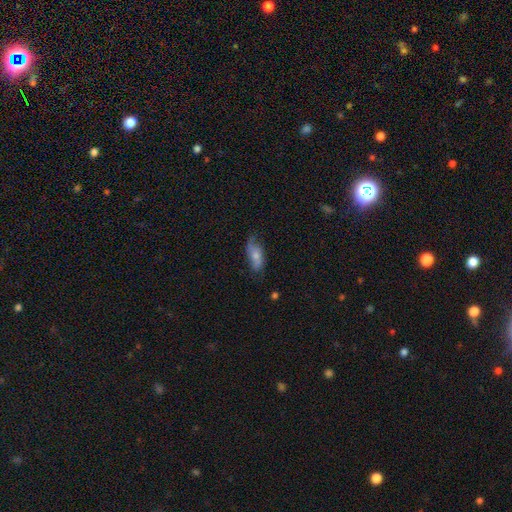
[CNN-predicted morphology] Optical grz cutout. It shows a smooth galaxy with no disk features (58%) that is in between round and cigar-shaped (80%). Merging: none (55%).